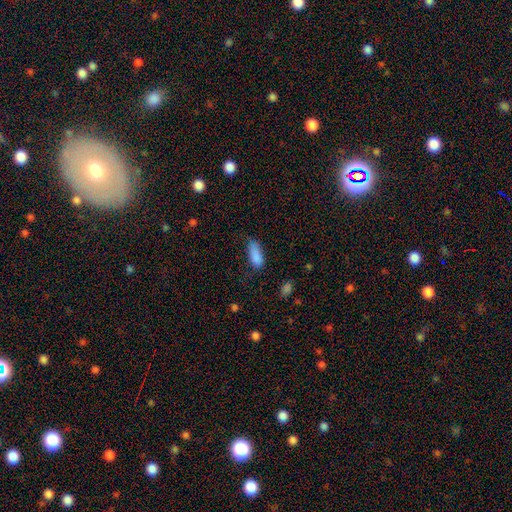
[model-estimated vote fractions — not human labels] This appears to be a smooth galaxy with no disk features (86%) that is in between round and cigar-shaped (82%). Merging: none (53%).